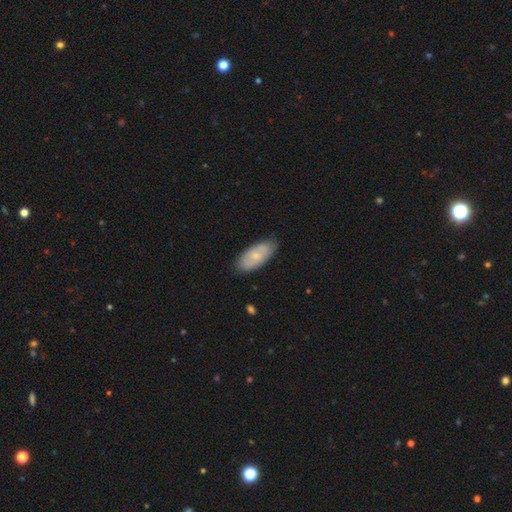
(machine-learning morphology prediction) A smooth galaxy with no disk features (61%) that is in between round and cigar-shaped (89%). Merging: none (78%).